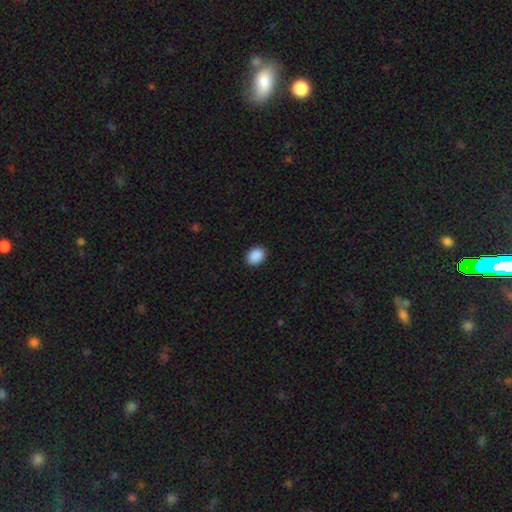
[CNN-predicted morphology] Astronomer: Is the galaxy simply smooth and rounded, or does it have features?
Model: smooth — 90%.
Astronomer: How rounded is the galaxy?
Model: in between — 59% (runner-up: round, 40%).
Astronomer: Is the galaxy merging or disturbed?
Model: none — 91%.